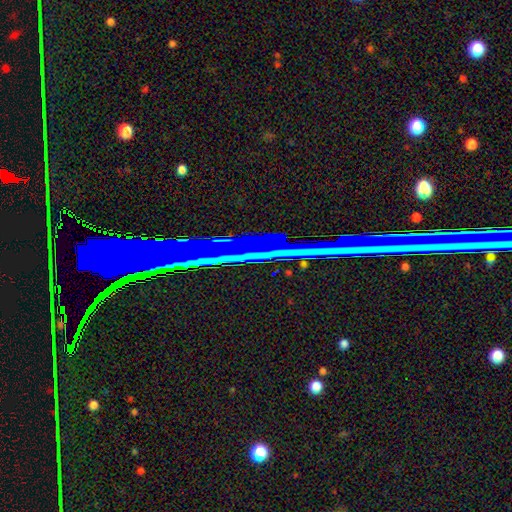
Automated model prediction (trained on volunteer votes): star or artifact 80%, featured or disk 12%, smooth 8%.